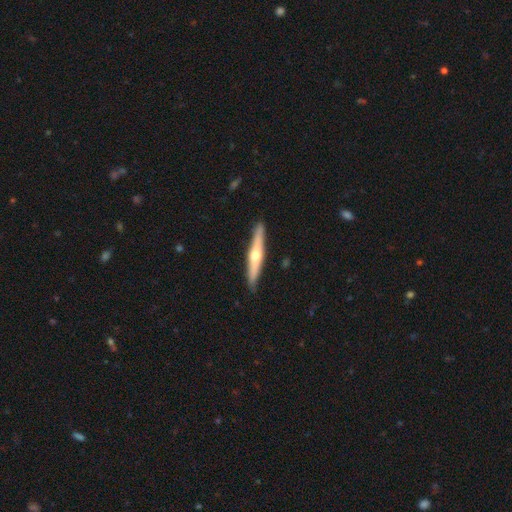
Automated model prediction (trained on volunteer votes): smooth-or-featured: featured or disk: 61% | smooth: 34% | star or artifact: 5%
  disk-edge-on: yes: 95% | no: 5%
    edge-on-bulge: rounded: 89% | none: 7% | boxy: 3%
  merging: none: 90% | minor disturbance: 8% | major disturbance: 1% | merger: 1%